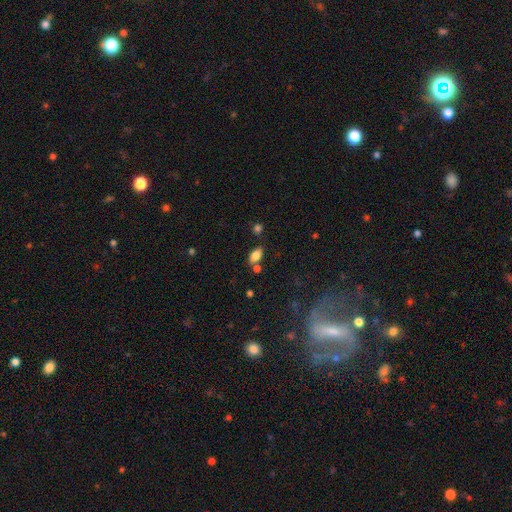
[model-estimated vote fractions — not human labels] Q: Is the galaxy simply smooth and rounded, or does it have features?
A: smooth — 82%.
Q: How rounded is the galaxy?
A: in between — 90%.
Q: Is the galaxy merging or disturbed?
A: none — 70%.